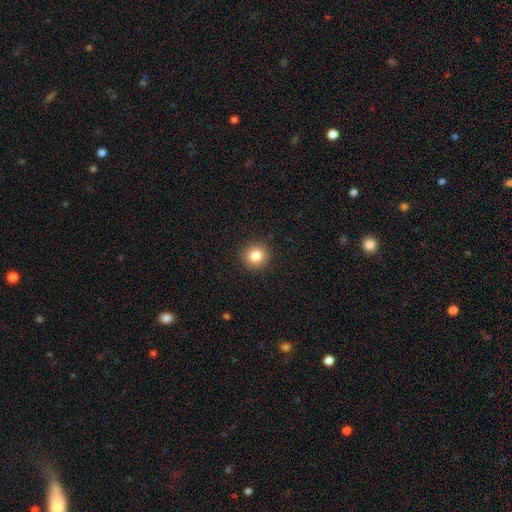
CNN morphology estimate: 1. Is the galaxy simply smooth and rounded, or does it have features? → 83% smooth, 10% star or artifact, 6% featured or disk.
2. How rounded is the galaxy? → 94% round, 5% in between, 1% cigar-shaped.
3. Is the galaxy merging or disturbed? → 91% none, 6% minor disturbance, 2% major disturbance, 1% merger.